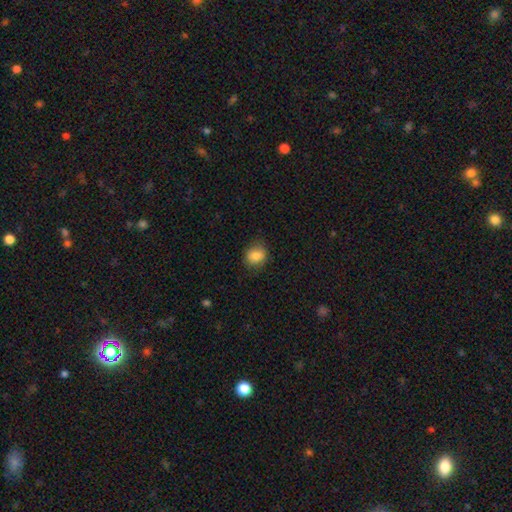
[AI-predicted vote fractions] smooth_or_featured: smooth (p=0.85) [alt: star or artifact p=0.09]
how_rounded: round (p=0.61) [alt: in between p=0.38]
merging: none (p=0.80) [alt: minor disturbance p=0.15]